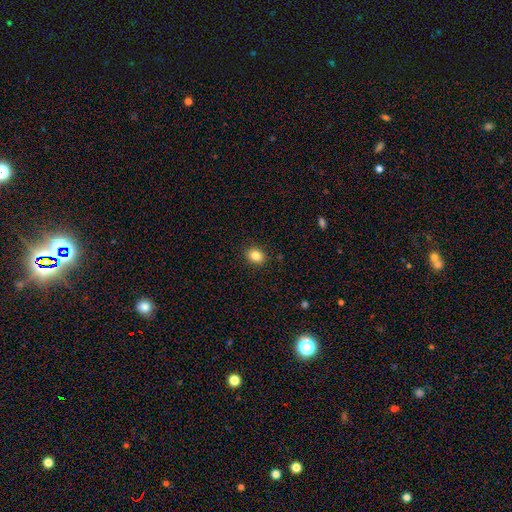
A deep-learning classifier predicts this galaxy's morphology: This appears to be a smooth galaxy with no disk features (84%) that is in between round and cigar-shaped (55%). Merging: none (89%).